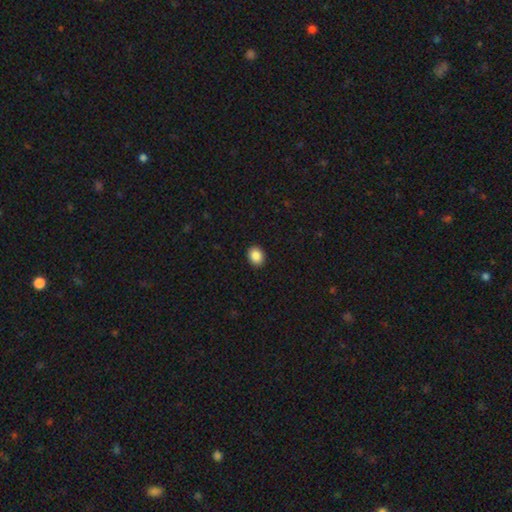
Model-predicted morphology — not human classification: The model was most divided on "how rounded": round: 55%, in between: 44%, cigar-shaped: 1%. More confident: merging — none (92%); smooth or featured — smooth (88%).